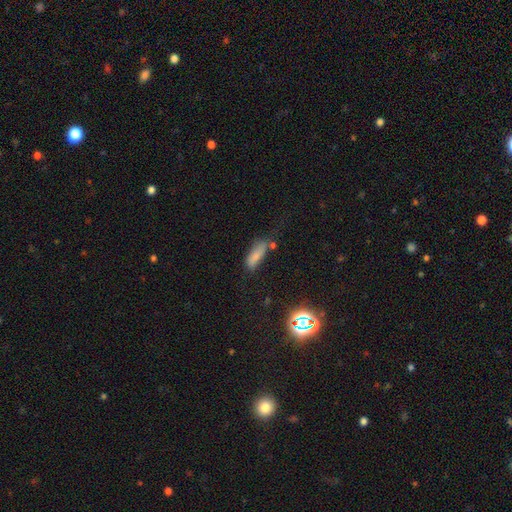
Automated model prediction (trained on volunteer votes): Smooth or featured: smooth — 77% (star or artifact — 12%)
How rounded: in between — 59% (cigar-shaped — 38%)
Merging: none — 54% (minor disturbance — 27%)